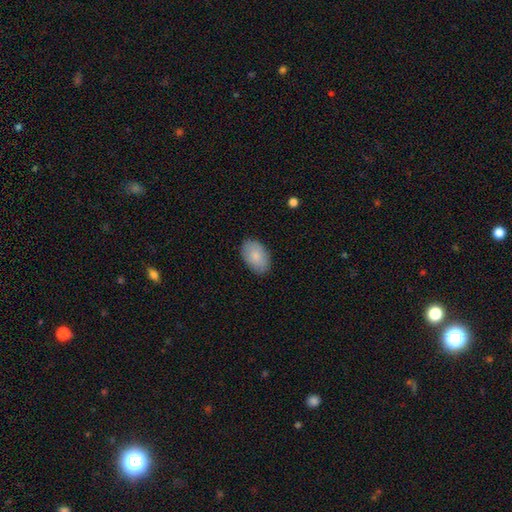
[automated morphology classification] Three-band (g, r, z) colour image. It shows a smooth galaxy with no disk features (85%) that is in between round and cigar-shaped (91%). Merging: none (85%).